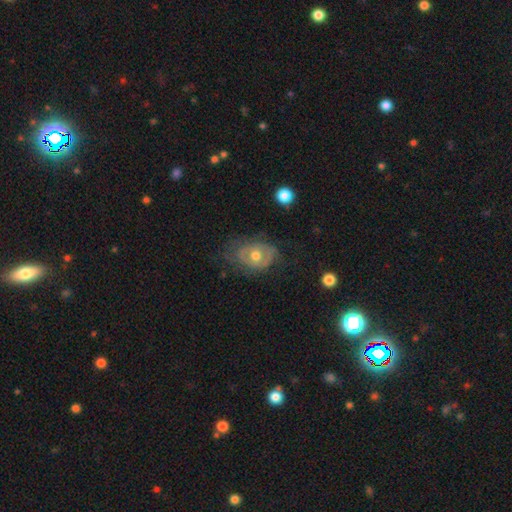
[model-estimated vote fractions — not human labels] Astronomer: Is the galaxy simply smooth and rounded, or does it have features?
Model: featured or disk — 56% (runner-up: smooth, 38%).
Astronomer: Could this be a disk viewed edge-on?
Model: no — 94%.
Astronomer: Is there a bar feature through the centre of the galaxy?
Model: no — 83%.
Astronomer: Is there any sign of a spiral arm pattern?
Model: no — 64%.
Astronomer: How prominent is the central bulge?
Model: moderate — 78%.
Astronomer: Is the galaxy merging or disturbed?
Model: none — 55%.